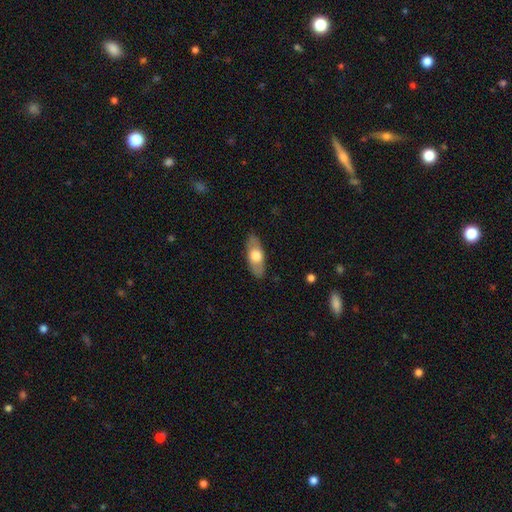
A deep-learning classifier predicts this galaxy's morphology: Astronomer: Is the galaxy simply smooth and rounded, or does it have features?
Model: smooth — 58% (runner-up: featured or disk, 37%).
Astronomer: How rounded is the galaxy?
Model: in between — 80%.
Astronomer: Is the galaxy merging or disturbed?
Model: none — 86%.